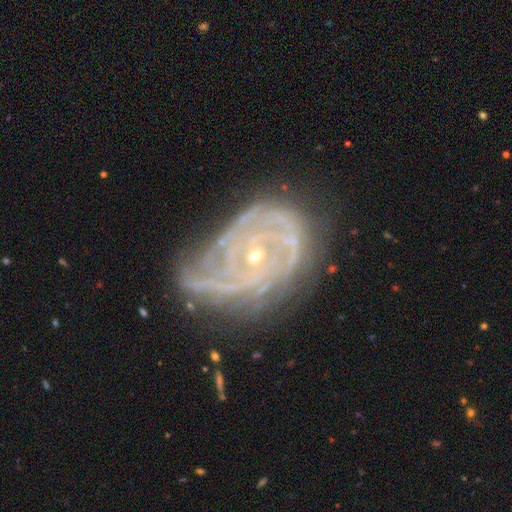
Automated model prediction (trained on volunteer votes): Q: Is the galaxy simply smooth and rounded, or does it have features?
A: featured or disk — 86%.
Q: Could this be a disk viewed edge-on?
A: no — 97%.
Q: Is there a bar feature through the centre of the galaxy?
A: no — 73%.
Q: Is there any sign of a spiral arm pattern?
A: yes — 95%.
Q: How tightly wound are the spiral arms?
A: tight — 66%.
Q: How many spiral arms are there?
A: can't tell — 27%.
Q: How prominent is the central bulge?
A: small — 77%.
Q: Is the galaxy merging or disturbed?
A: none — 50%.